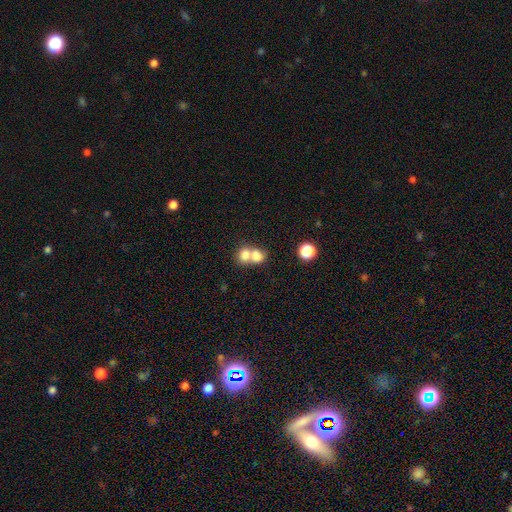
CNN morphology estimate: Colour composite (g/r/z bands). It shows a smooth galaxy with no disk features (76%) that is round (56%). Merging: merger (67%).